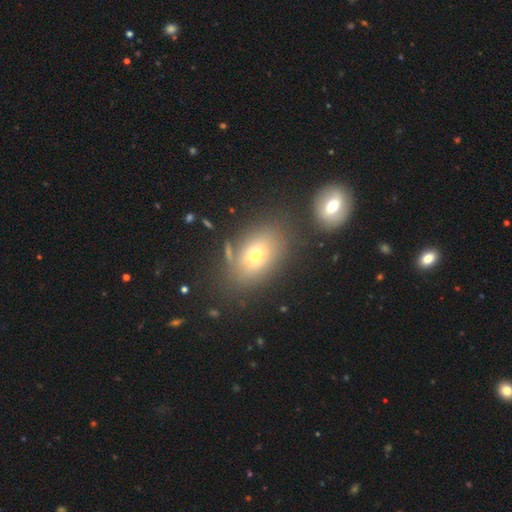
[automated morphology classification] Overall: smooth (66%). How rounded: in between (75%). Merging: none (69%).